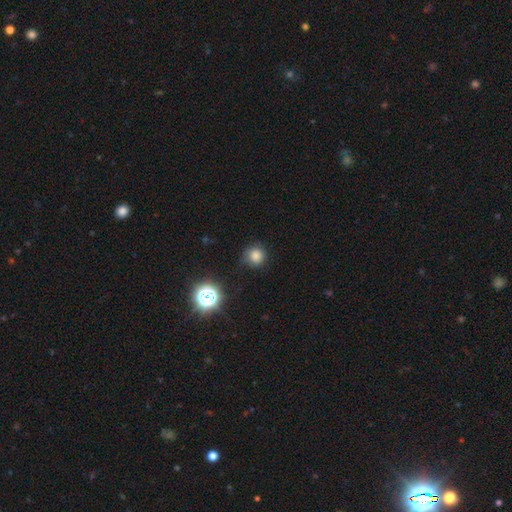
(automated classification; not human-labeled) Smooth or featured? smooth (79%)
How rounded? round (91%)
Merging? none (76%)